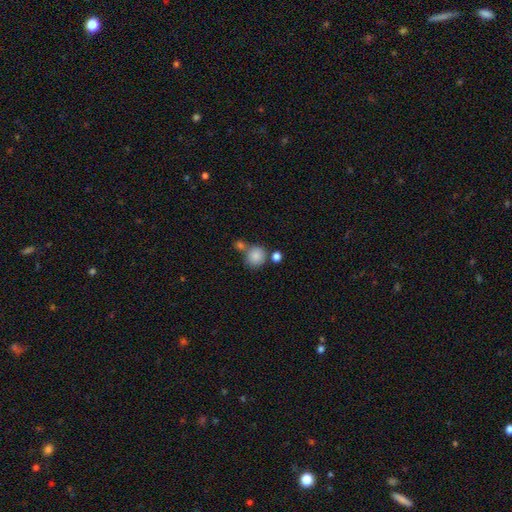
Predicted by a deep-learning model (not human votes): smooth 84%, star or artifact 10%, featured or disk 7%. Down the decision tree: how rounded — round (86%); merging — none (57%).